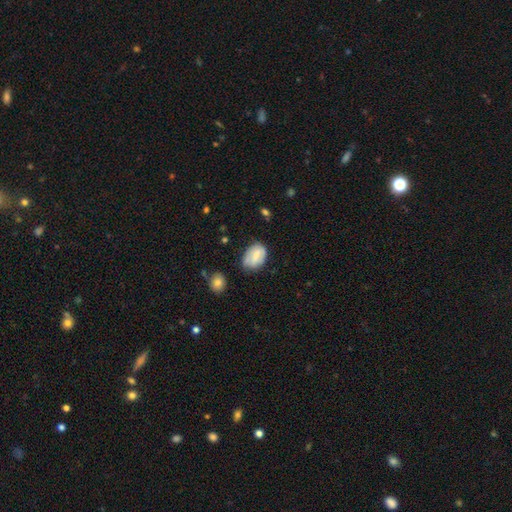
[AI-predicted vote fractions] Overall: smooth (66%; featured or disk 26%). How rounded: in between (82%). Merging: none (61%; minor disturbance 29%).